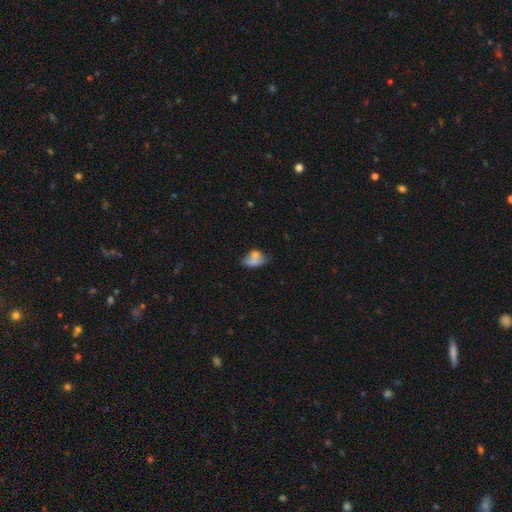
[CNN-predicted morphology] This appears to be a smooth galaxy with no disk features (69%) that is in between round and cigar-shaped (85%). Merging: none (37%).